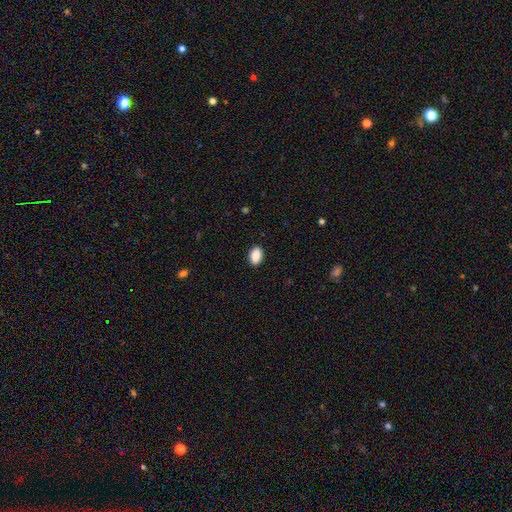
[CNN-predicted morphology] Smooth or featured: smooth — 90% (star or artifact — 7%)
How rounded: in between — 89% (round — 9%)
Merging: none — 90% (minor disturbance — 7%)